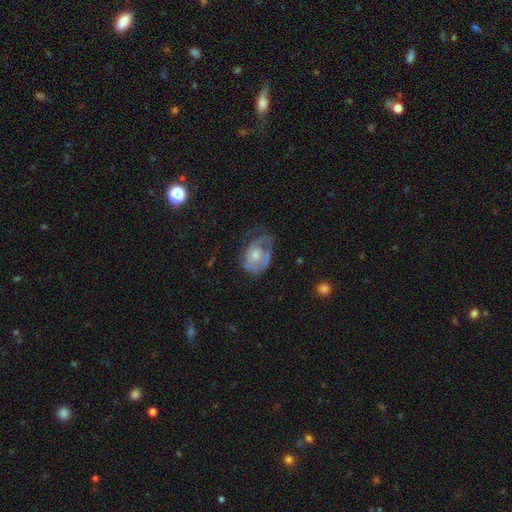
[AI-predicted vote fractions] featured or disk 61%, smooth 33%, star or artifact 7%. Down the decision tree: edge-on disk — no (96%); bar — no (80%); spiral arms — yes (68%); bulge size — moderate (47%); merging — none (41%).